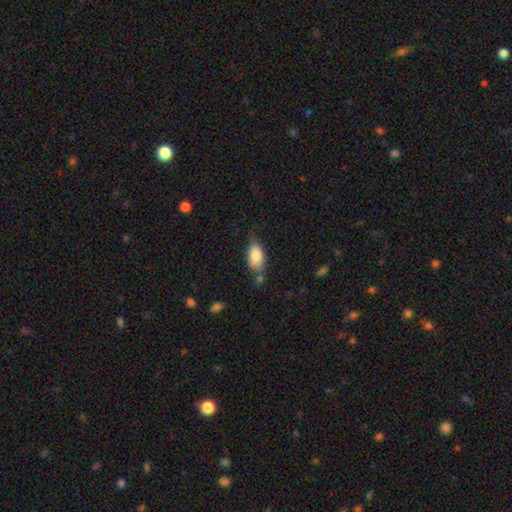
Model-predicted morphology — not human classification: This is clearly a smooth galaxy (81%). How rounded: clearly in between (90%). Merging: possibly none (56%).